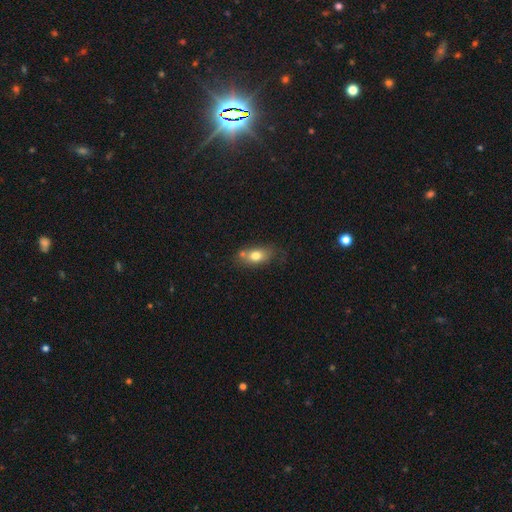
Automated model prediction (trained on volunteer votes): Morphology: type=smooth (74%); roundness=in between (80%); merging=none (54%).